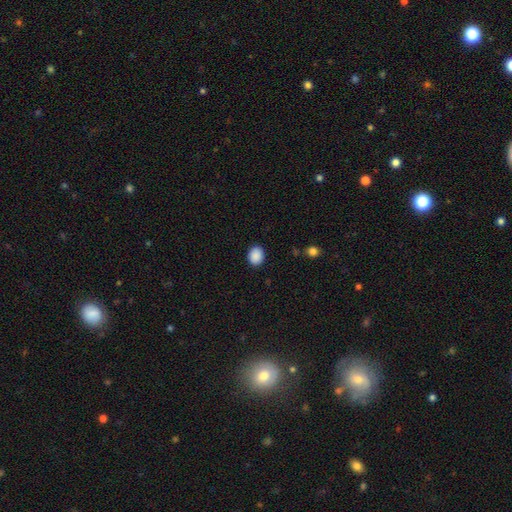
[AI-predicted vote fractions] Overall: smooth (89%). How rounded: round (51%; in between 48%). Merging: none (89%).